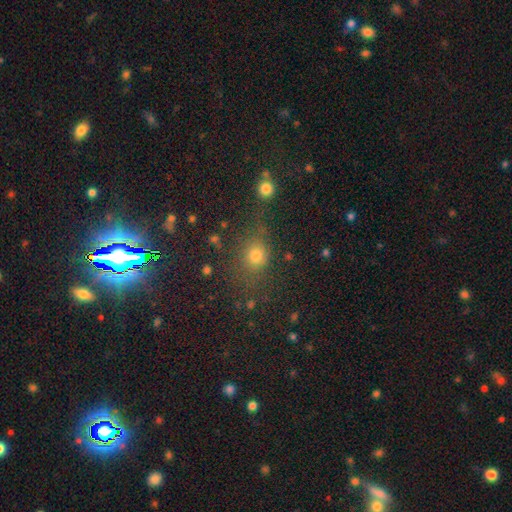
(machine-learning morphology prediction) A smooth galaxy with no disk features (72%) that is round (69%). Merging: none (68%).